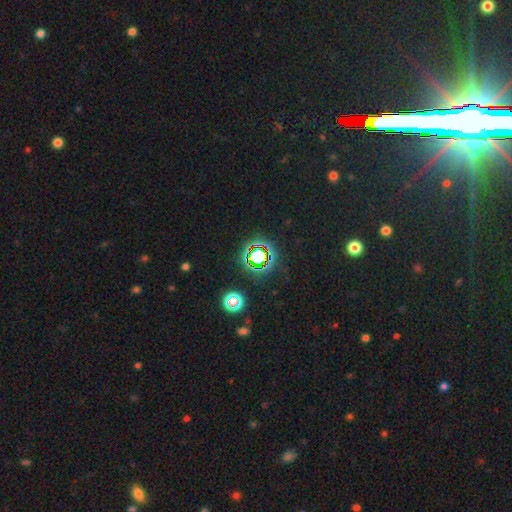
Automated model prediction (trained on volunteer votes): A star or artifact, not a galaxy (73%).